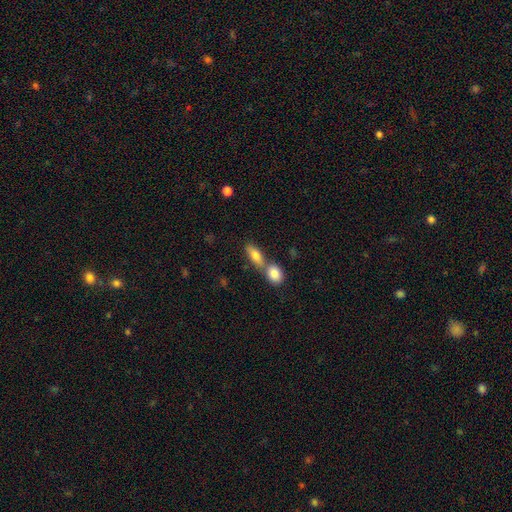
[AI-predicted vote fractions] Smooth or featured?
  - smooth: 77% *
  - featured or disk: 15%
  - star or artifact: 8%
How rounded?
  - in between: 71% *
  - cigar-shaped: 20%
  - round: 9%
Merging?
  - merger: 48% *
  - none: 41%
  - minor disturbance: 8%
  - major disturbance: 3%